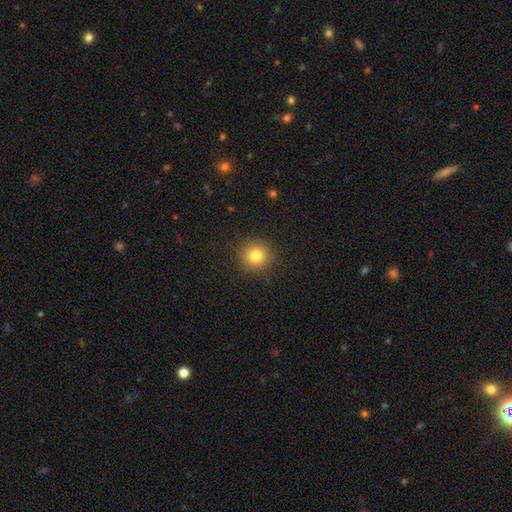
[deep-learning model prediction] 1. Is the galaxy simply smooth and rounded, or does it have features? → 81% smooth, 12% star or artifact, 7% featured or disk.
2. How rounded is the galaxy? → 92% round, 7% in between, 1% cigar-shaped.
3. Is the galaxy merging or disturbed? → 90% none, 7% minor disturbance, 2% major disturbance, 1% merger.